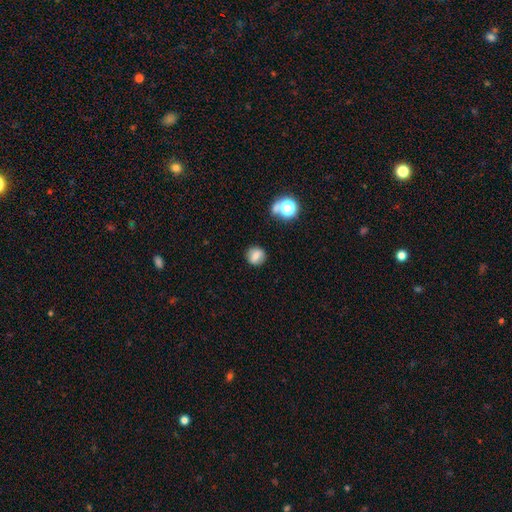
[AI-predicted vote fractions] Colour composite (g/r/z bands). It shows a smooth galaxy with no disk features (70%) that is round (80%). Merging: none (83%).